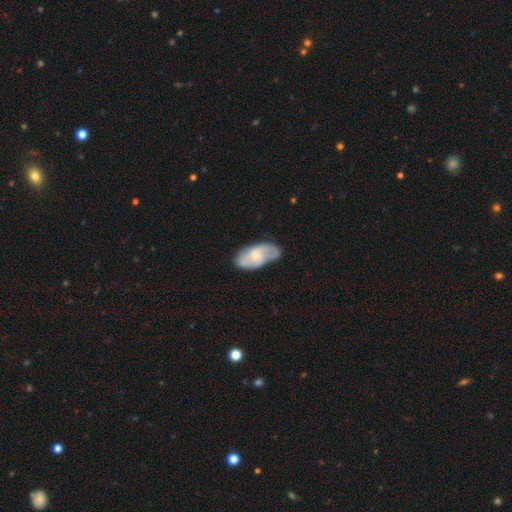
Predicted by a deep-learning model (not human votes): Q: Smooth or featured?
A: featured or disk (48%); runner-up: smooth (46%)
Q: Merging?
A: none (63%); runner-up: minor disturbance (27%)